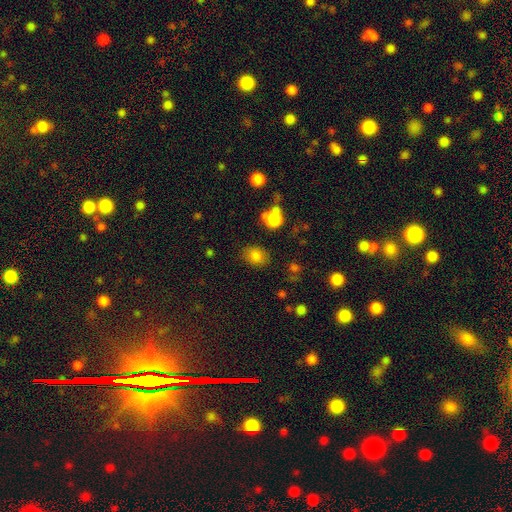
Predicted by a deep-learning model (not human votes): smooth-or-featured: smooth: 81% | star or artifact: 11% | featured or disk: 7%
  how-rounded: in between: 61% | round: 38% | cigar-shaped: 1%
  merging: none: 80% | minor disturbance: 13% | major disturbance: 4% | merger: 3%